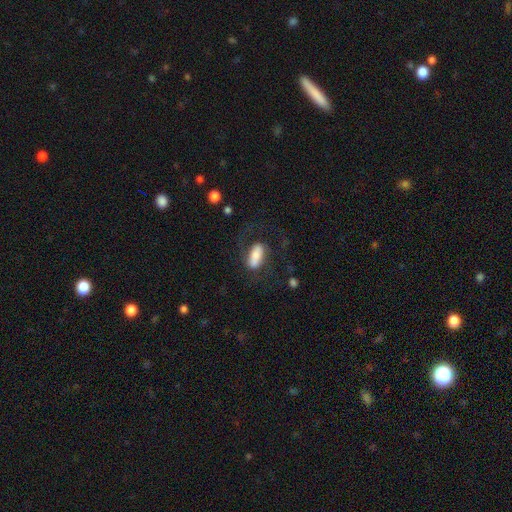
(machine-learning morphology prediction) A smooth galaxy with no disk features (63%) that is in between round and cigar-shaped (81%). Merging: none (57%).